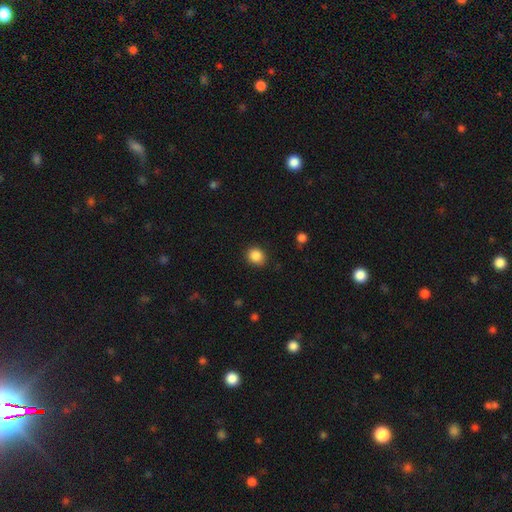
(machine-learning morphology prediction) Overall: smooth (87%). How rounded: round (73%). Merging: none (88%).